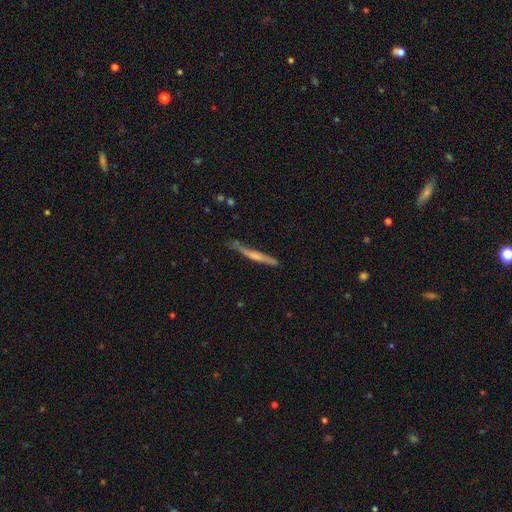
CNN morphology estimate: Smooth or featured: smooth — 47% (featured or disk — 46%)
Merging: none — 69% (minor disturbance — 23%)